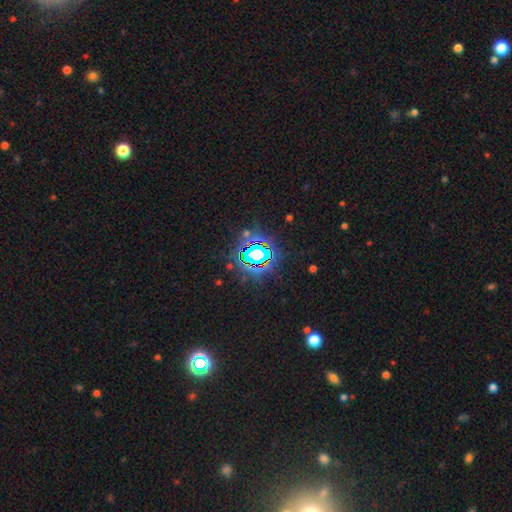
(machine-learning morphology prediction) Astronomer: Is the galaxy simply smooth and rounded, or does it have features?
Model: star or artifact — 76%.